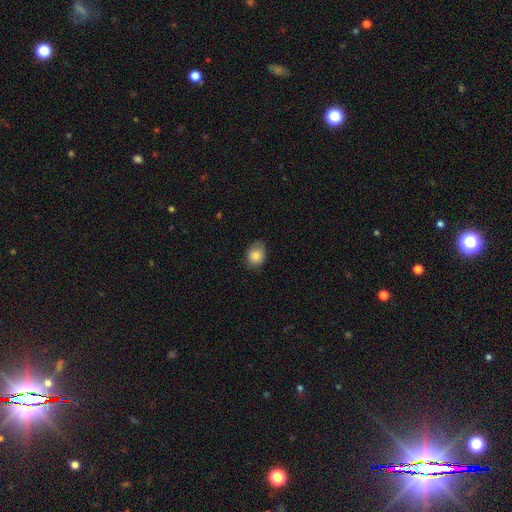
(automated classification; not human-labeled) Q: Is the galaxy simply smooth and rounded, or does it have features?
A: smooth — 84%.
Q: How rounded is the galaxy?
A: in between — 56%.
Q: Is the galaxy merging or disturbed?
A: none — 71%.